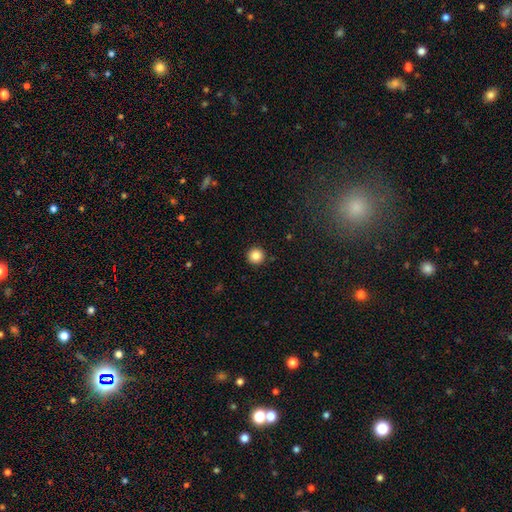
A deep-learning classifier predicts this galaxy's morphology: A smooth galaxy with no disk features (86%) that is round (96%).

Vote fractions:
- Smooth or featured? smooth: 86% / star or artifact: 10% / featured or disk: 4%
- How rounded? round: 96% / in between: 3% / cigar-shaped: 1%
- Merging? none: 93% / minor disturbance: 5% / major disturbance: 2% / merger: 1%